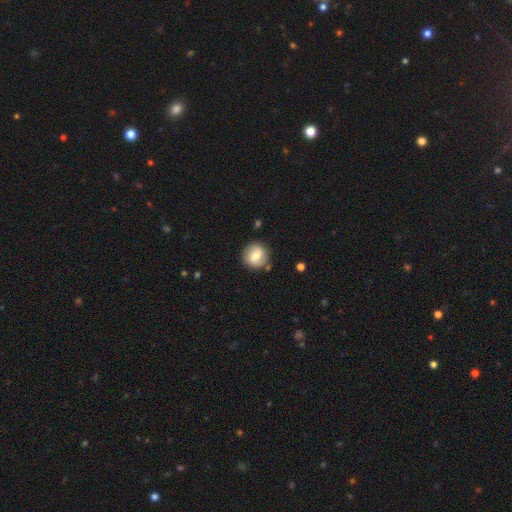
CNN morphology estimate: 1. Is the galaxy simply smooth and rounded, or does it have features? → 50% smooth, 43% featured or disk, 7% star or artifact.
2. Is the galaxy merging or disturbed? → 81% none, 12% minor disturbance, 4% major disturbance, 3% merger.